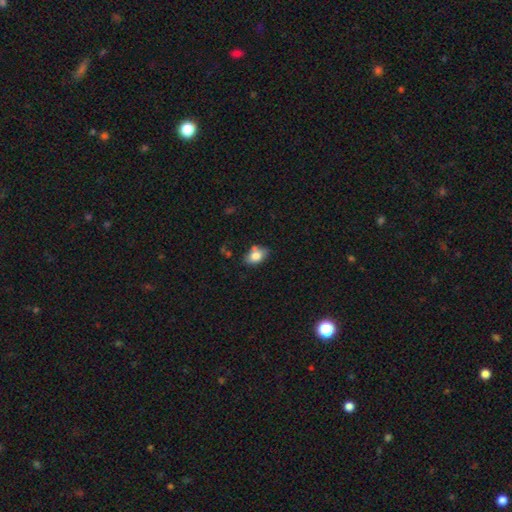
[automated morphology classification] smooth 80%, featured or disk 12%, star or artifact 9%. Down the decision tree: how rounded — in between (81%); merging — none (66%).